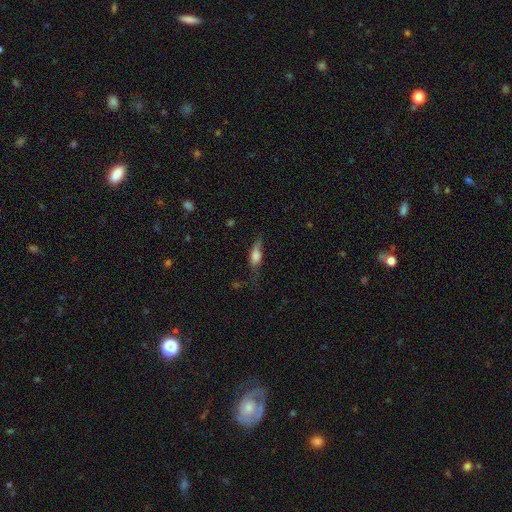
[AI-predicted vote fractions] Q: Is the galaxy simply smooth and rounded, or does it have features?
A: smooth — 63%.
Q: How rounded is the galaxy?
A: in between — 66%.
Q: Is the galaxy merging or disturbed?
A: none — 43%.